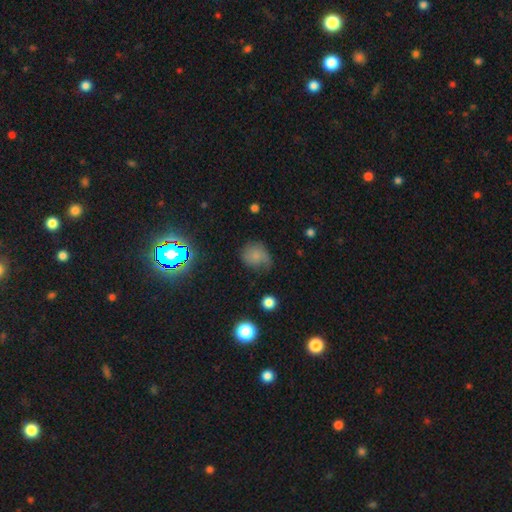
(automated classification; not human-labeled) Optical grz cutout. It shows a smooth galaxy with no disk features (64%) that is round (68%). Merging: none (45%).